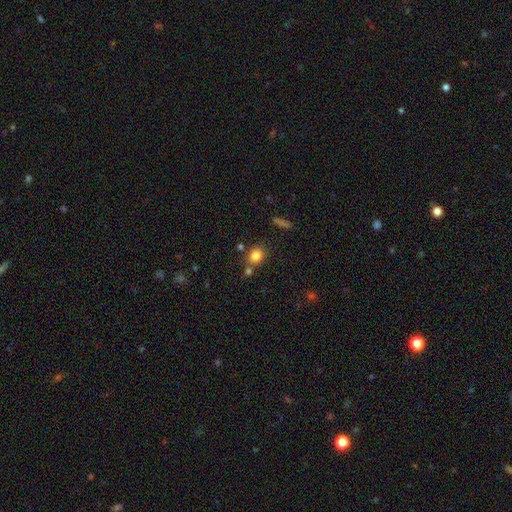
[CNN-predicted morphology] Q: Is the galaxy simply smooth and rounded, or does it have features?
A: smooth — 82%.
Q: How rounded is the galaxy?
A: round — 71%.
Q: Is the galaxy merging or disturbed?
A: none — 70%.